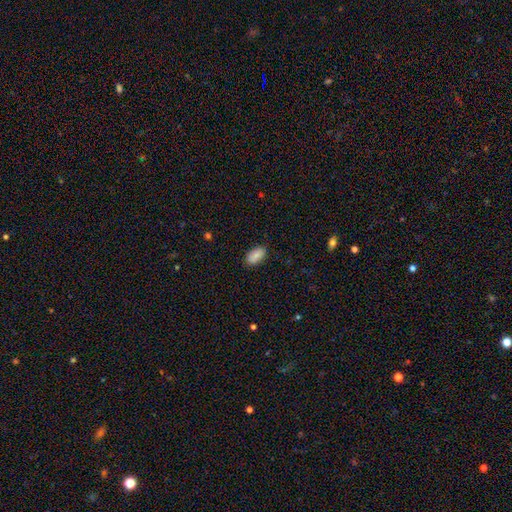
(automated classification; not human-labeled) Smooth or featured?
  - smooth: 87% *
  - star or artifact: 7%
  - featured or disk: 6%
How rounded?
  - in between: 94% *
  - round: 3%
  - cigar-shaped: 3%
Merging?
  - none: 86% *
  - minor disturbance: 11%
  - major disturbance: 2%
  - merger: 1%